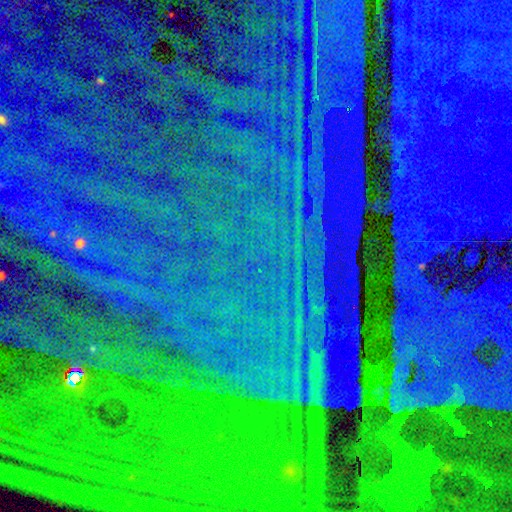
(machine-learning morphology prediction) smooth-or-featured: star or artifact: 88% | featured or disk: 6% | smooth: 6%